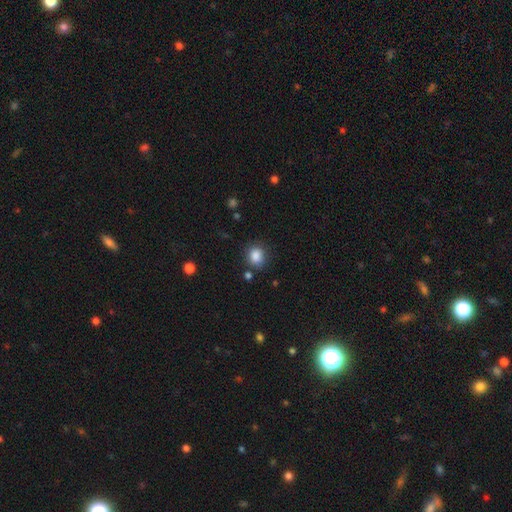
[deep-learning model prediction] The model was most divided on "how rounded": round: 68%, in between: 31%, cigar-shaped: 1%. More confident: smooth or featured — smooth (86%); merging — none (79%).